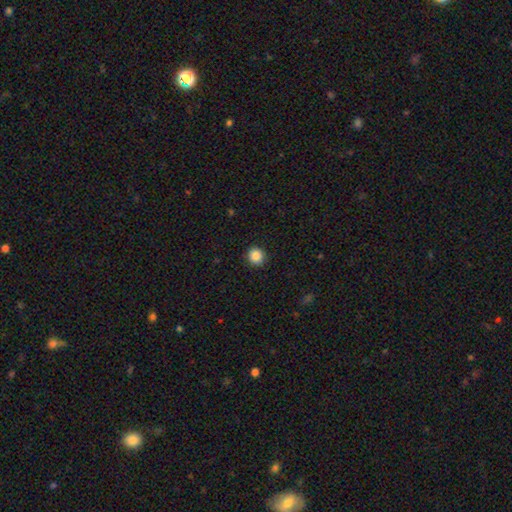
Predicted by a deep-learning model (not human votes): This is clearly a smooth galaxy (87%). How rounded: clearly round (88%). Merging: clearly none (91%).